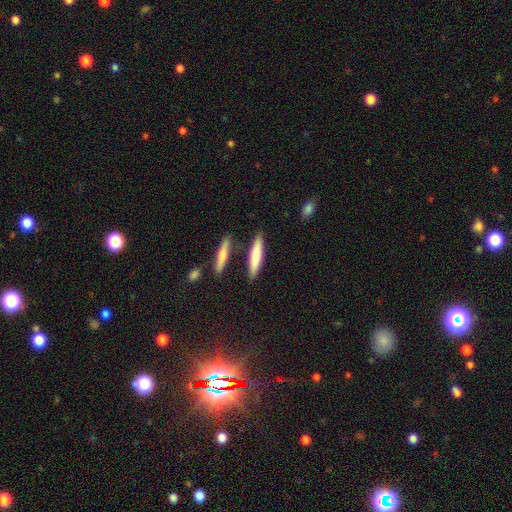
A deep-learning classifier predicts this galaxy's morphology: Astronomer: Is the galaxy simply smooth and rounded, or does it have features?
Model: smooth — 73%.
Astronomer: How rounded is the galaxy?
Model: cigar-shaped — 81%.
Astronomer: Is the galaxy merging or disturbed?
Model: none — 78%.